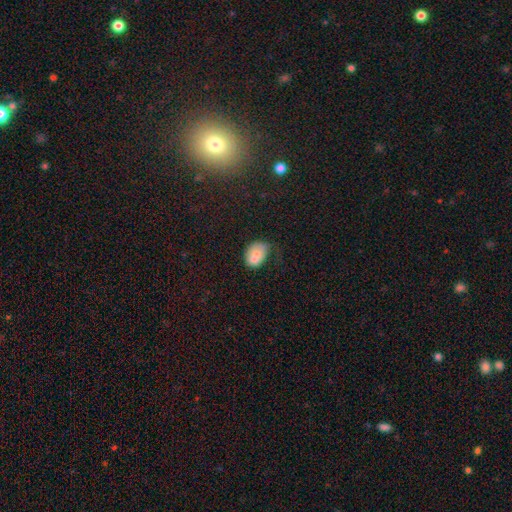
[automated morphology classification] Smooth or featured: smooth — 73% (featured or disk — 18%)
How rounded: in between — 73% (round — 25%)
Merging: none — 31% (minor disturbance — 27%)